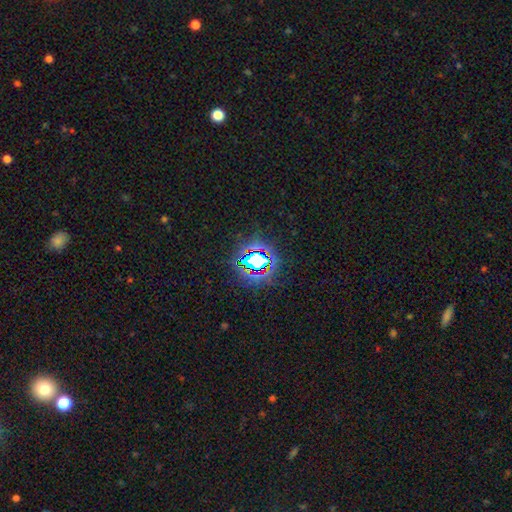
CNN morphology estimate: A star or artifact, not a galaxy (79%).